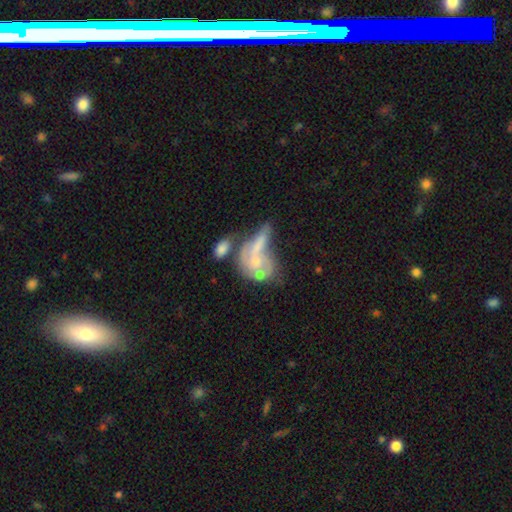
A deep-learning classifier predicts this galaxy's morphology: This is likely a featured or disk galaxy (67%). It is clearly not viewed edge-on (96%). Bar: likely no (75%). Spiral arm pattern: likely yes (62%). Central bulge: possibly small (55%). Merging: possibly merger (47%).